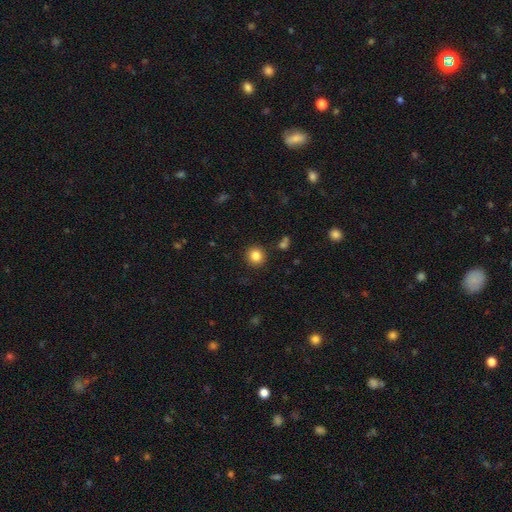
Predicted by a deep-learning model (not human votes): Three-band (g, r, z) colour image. It shows a smooth galaxy with no disk features (84%) that is round (89%). Merging: none (90%).